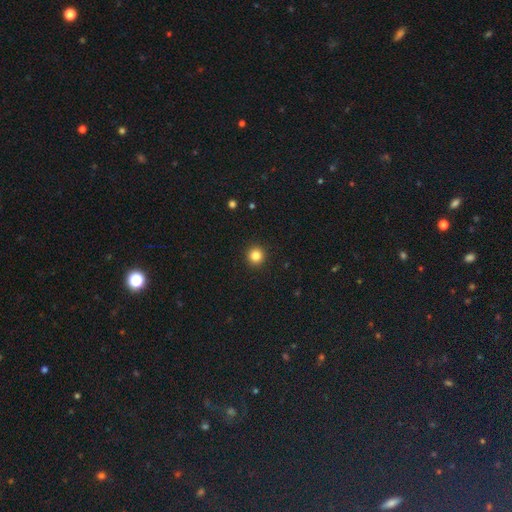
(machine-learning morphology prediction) smooth 84%, star or artifact 12%, featured or disk 4%. Down the decision tree: how rounded — round (95%); merging — none (94%).